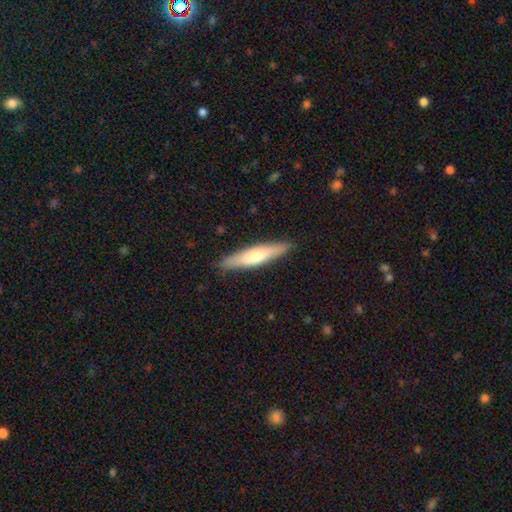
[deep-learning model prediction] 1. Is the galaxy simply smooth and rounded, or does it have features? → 53% smooth, 42% featured or disk, 6% star or artifact.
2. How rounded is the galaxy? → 85% cigar-shaped, 13% in between, 1% round.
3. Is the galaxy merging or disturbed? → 90% none, 8% minor disturbance, 2% major disturbance, 1% merger.